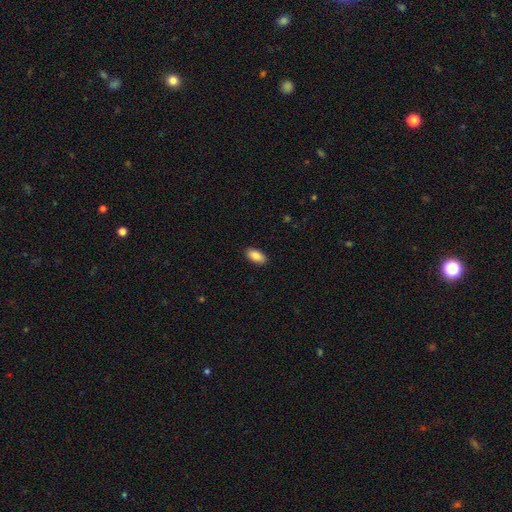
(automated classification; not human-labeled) Smooth or featured: smooth — 87% (featured or disk — 7%)
How rounded: in between — 93% (cigar-shaped — 4%)
Merging: none — 90% (minor disturbance — 7%)